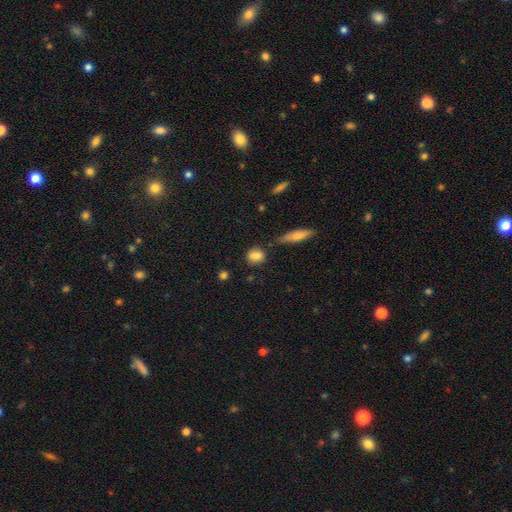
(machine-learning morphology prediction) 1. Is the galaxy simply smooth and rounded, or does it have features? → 78% smooth, 12% featured or disk, 11% star or artifact.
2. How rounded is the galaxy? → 51% round, 43% in between, 5% cigar-shaped.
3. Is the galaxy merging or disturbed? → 65% none, 17% minor disturbance, 13% merger, 5% major disturbance.